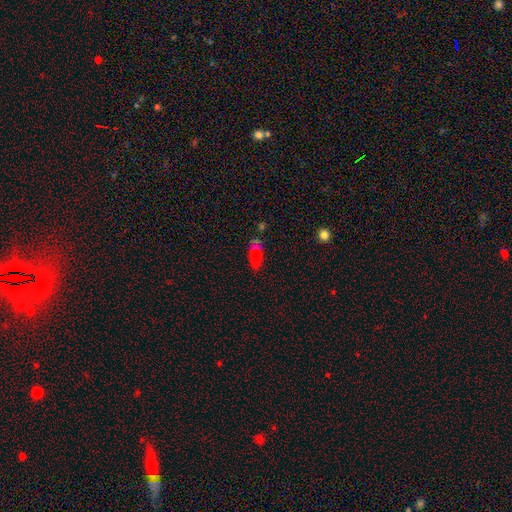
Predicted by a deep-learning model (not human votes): smooth_or_featured: smooth (p=0.62) [alt: star or artifact p=0.21]
how_rounded: in between (p=0.80) [alt: cigar-shaped p=0.13]
merging: none (p=0.68) [alt: minor disturbance p=0.17]